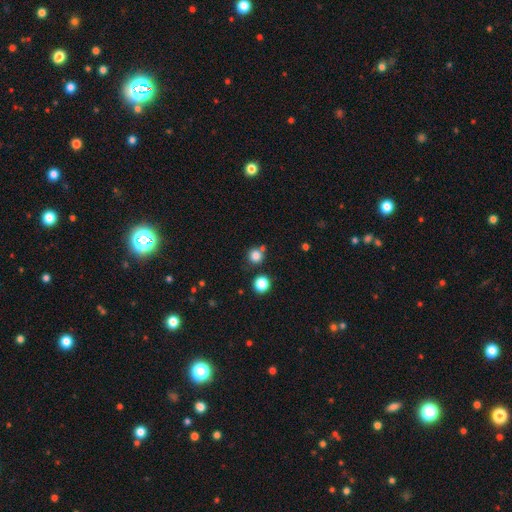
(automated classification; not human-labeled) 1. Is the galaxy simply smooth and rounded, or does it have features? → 81% smooth, 14% star or artifact, 5% featured or disk.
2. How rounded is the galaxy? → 92% round, 7% in between, 1% cigar-shaped.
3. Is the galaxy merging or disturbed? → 73% none, 14% merger, 9% minor disturbance, 4% major disturbance.